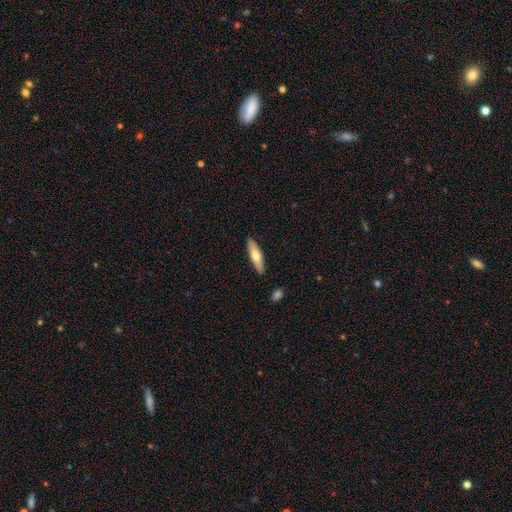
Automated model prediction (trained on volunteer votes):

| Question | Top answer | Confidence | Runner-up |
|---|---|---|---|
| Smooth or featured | smooth | 59% | featured or disk (35%) |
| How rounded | cigar-shaped | 68% | in between (30%) |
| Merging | none | 88% | minor disturbance (9%) |